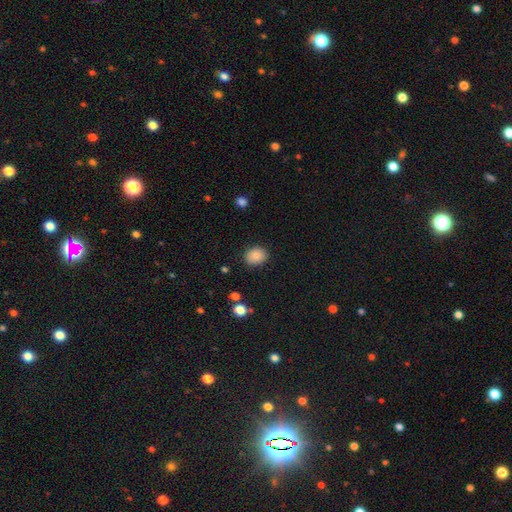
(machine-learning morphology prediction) Smooth or featured? smooth (86%)
How rounded? in between (52%)
Merging? none (84%)